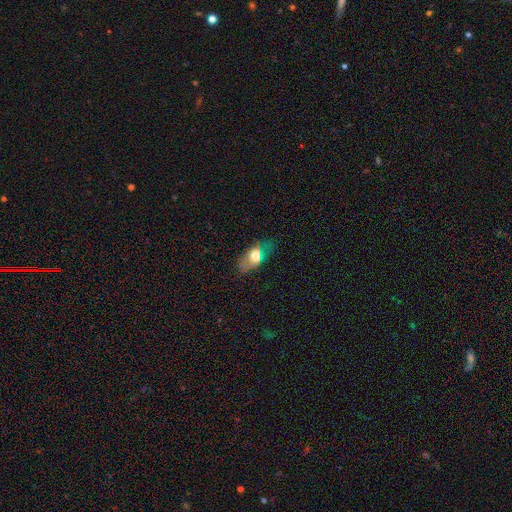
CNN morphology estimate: Smooth or featured? smooth (62%)
How rounded? in between (81%)
Merging? none (70%)